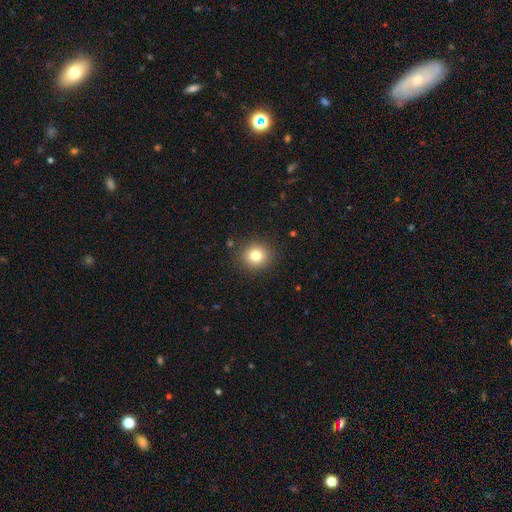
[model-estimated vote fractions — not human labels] A smooth galaxy with no disk features (80%) that is round (88%). Merging: none (89%).